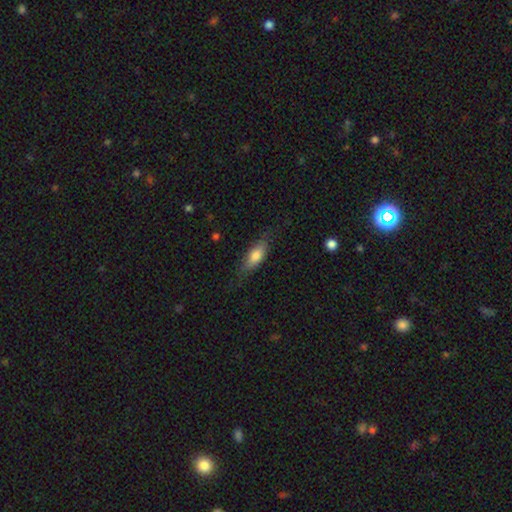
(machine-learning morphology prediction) Q: Smooth or featured?
A: smooth (73%); runner-up: featured or disk (21%)
Q: How rounded?
A: in between (71%); runner-up: cigar-shaped (25%)
Q: Merging?
A: none (72%); runner-up: minor disturbance (20%)